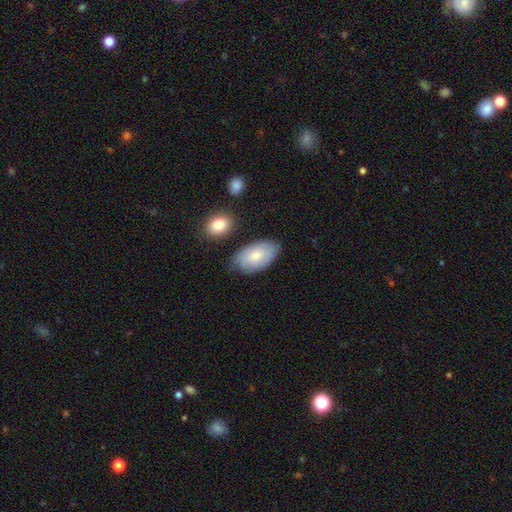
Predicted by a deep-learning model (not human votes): Overall: smooth (70%). How rounded: in between (94%). Merging: none (73%).